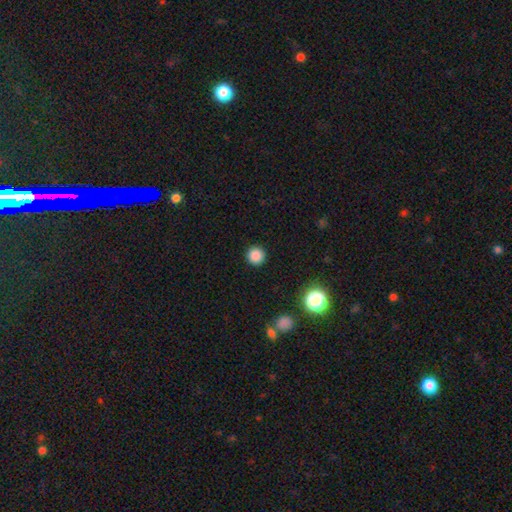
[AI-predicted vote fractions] smooth 85%, star or artifact 12%, featured or disk 3%. Down the decision tree: how rounded — round (96%); merging — none (92%).